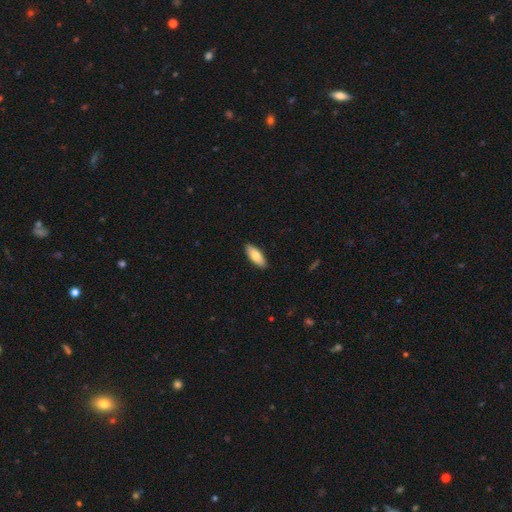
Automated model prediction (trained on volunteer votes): smooth-or-featured: smooth: 79% | featured or disk: 15% | star or artifact: 6%
  how-rounded: in between: 74% | cigar-shaped: 24% | round: 2%
  merging: none: 90% | minor disturbance: 8% | major disturbance: 1% | merger: 1%